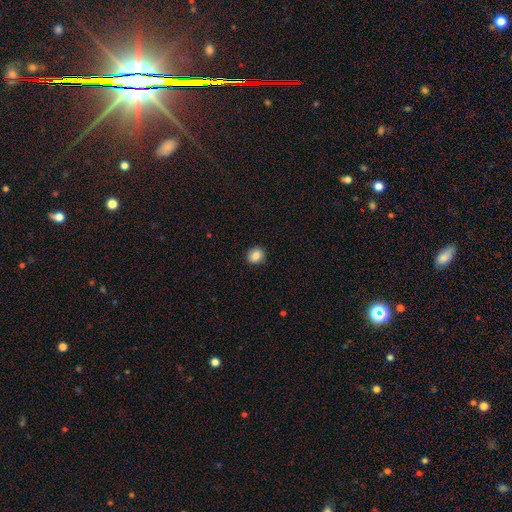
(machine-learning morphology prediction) smooth-or-featured: smooth: 85% | star or artifact: 9% | featured or disk: 6%
  how-rounded: round: 79% | in between: 20% | cigar-shaped: 1%
  merging: none: 89% | minor disturbance: 8% | major disturbance: 2% | merger: 1%